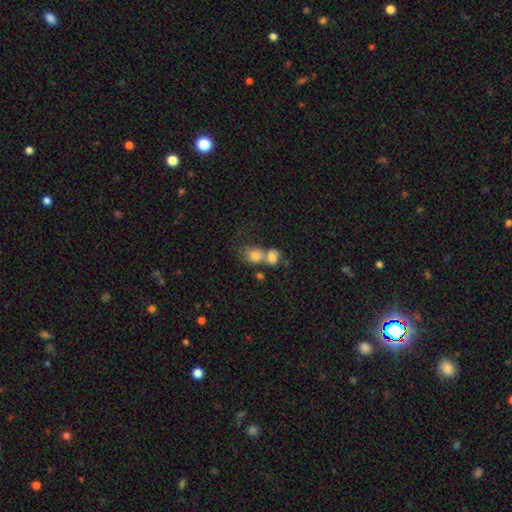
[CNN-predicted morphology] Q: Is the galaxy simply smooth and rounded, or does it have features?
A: smooth — 75%.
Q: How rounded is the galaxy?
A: round — 58%.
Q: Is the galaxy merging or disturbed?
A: merger — 64%.